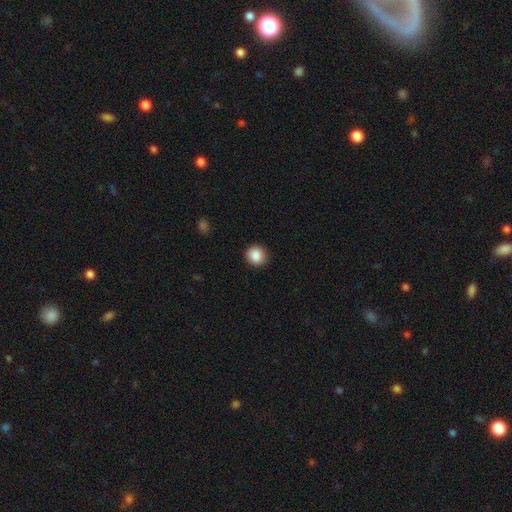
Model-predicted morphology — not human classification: This appears to be a smooth galaxy with no disk features (88%) that is round (88%). Merging: none (90%).